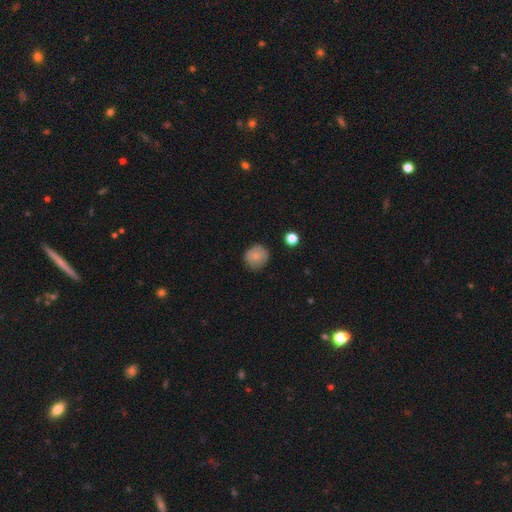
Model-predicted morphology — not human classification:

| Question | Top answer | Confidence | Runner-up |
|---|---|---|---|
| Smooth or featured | smooth | 80% | featured or disk (11%) |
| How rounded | round | 88% | in between (11%) |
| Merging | none | 80% | minor disturbance (15%) |